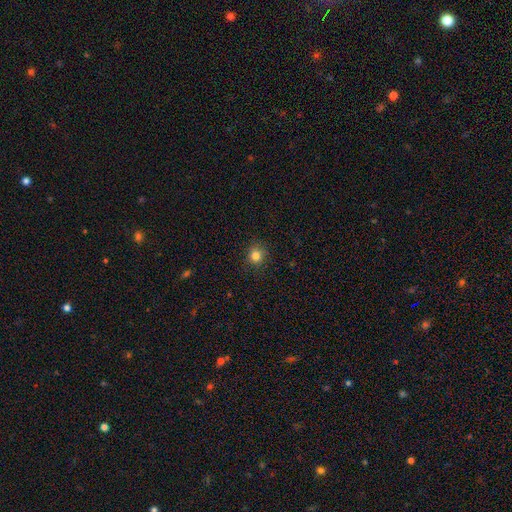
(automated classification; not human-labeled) Smooth or featured? Predicted: smooth (p=0.82). How rounded? Predicted: round (p=0.87). Merging? Predicted: none (p=0.87).